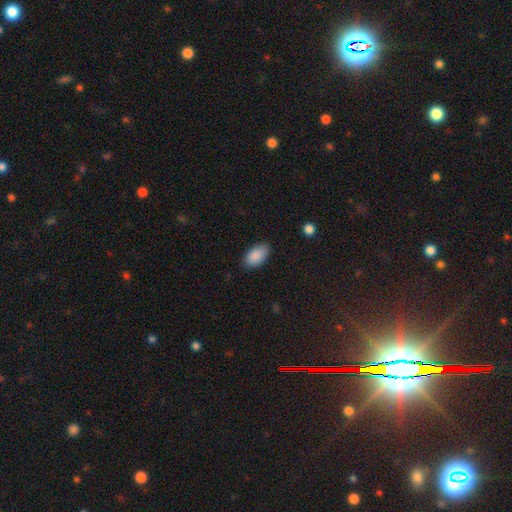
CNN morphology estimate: Overall: smooth (89%). How rounded: in between (95%). Merging: none (82%).